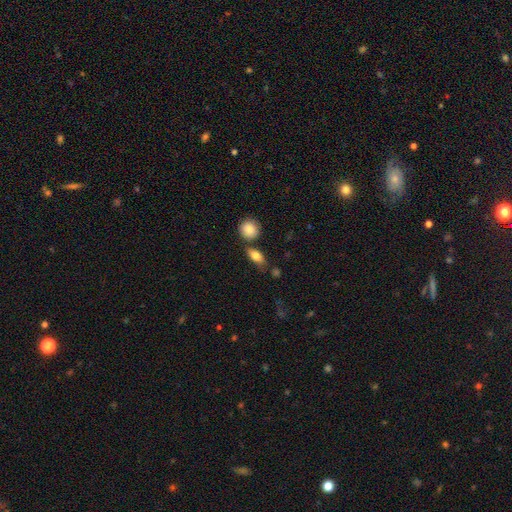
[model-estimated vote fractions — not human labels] The model was most divided on "merging": none: 68%, minor disturbance: 15%, merger: 13%, major disturbance: 4%. More confident: smooth or featured — smooth (81%); how rounded — in between (79%).